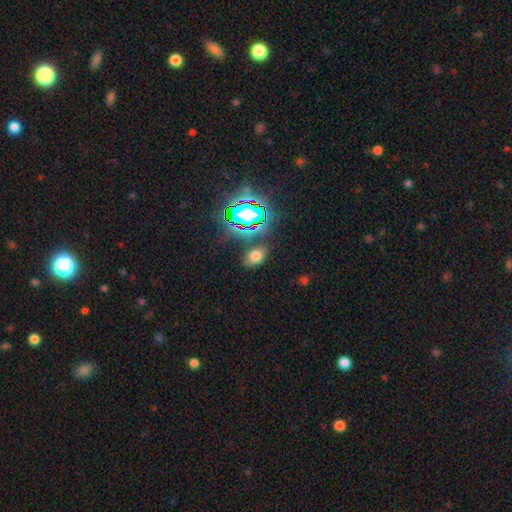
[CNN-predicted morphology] Smooth or featured?
  - smooth: 62% *
  - star or artifact: 27%
  - featured or disk: 11%
How rounded?
  - in between: 82% *
  - round: 16%
  - cigar-shaped: 2%
Merging?
  - none: 80% *
  - minor disturbance: 12%
  - major disturbance: 4%
  - merger: 4%